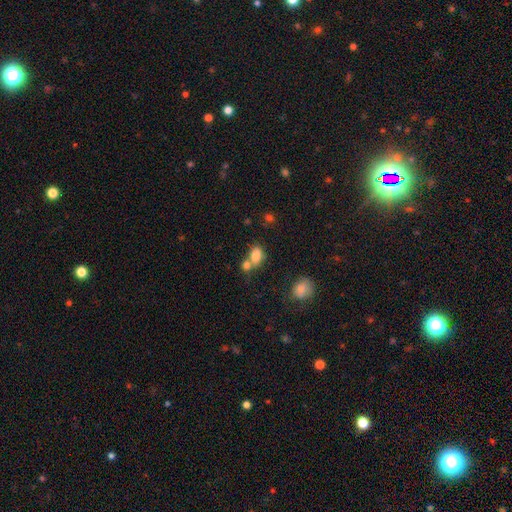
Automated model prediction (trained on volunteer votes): Smooth or featured? smooth (81%)
How rounded? in between (81%)
Merging? merger (49%)